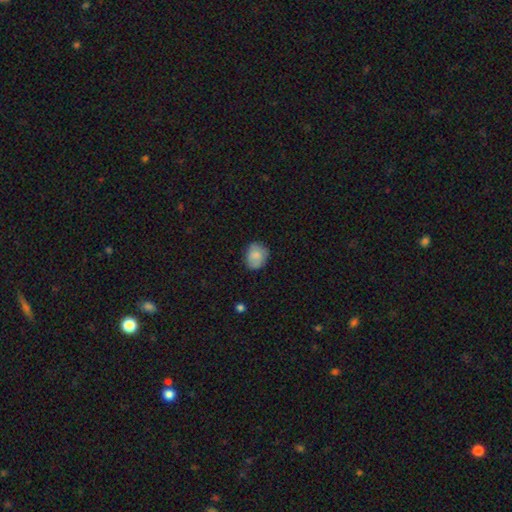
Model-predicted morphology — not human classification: Smooth or featured: smooth — 80% (featured or disk — 12%)
How rounded: round — 62% (in between — 37%)
Merging: none — 77% (minor disturbance — 18%)